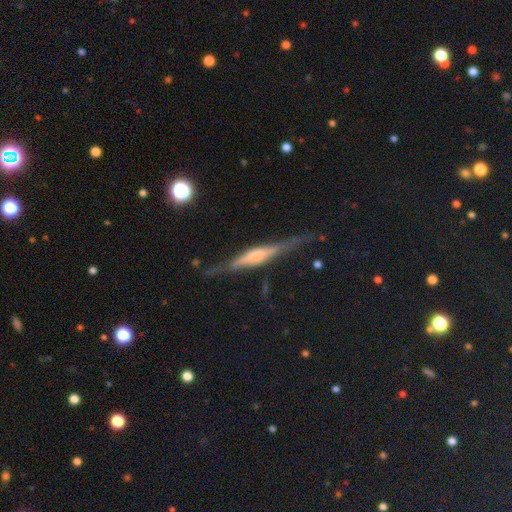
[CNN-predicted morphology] This appears to be a featured or disk galaxy (75%) viewed edge-on (97%) with a rounded central bulge (49%). Merging: none (78%).